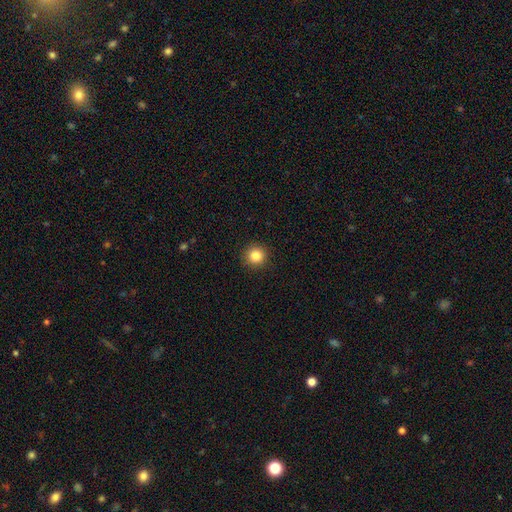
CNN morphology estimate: smooth_or_featured: smooth (p=0.84) [alt: star or artifact p=0.11]
how_rounded: round (p=0.94) [alt: in between p=0.05]
merging: none (p=0.92) [alt: minor disturbance p=0.05]